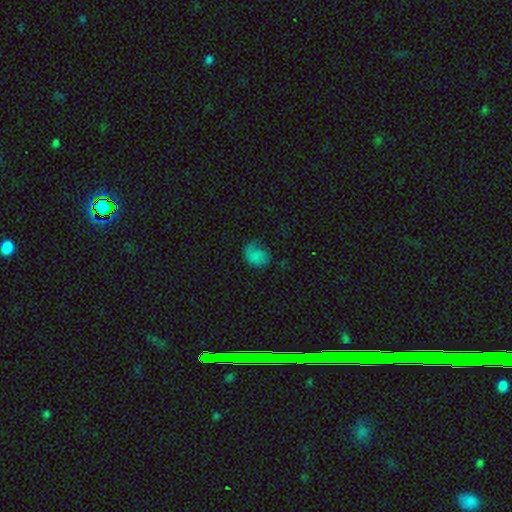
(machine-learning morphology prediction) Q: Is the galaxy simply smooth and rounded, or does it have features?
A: smooth — 63%.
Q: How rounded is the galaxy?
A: in between — 54%.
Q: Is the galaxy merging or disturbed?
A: none — 40%.